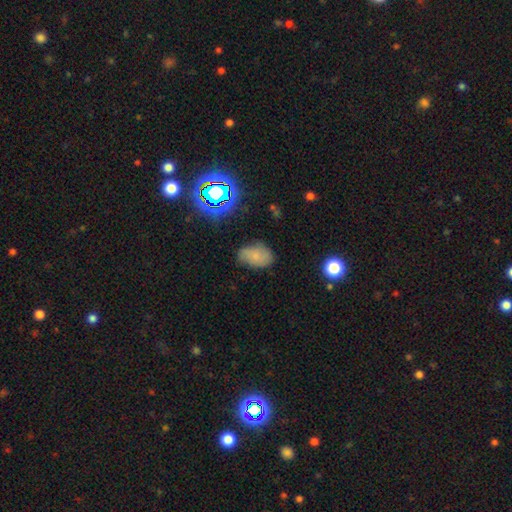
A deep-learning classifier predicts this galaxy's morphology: This is likely a smooth galaxy (62%). How rounded: clearly in between (86%). Merging: likely none (68%).